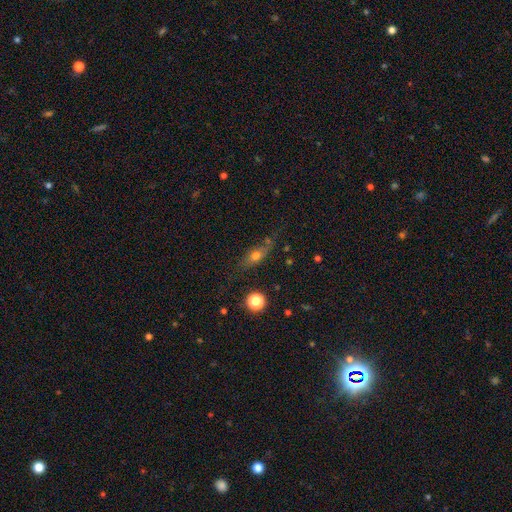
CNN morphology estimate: A smooth galaxy with no disk features (57%) that is in between round and cigar-shaped (54%).

Vote fractions:
- Smooth or featured? smooth: 57% / featured or disk: 29% / star or artifact: 14%
- How rounded? in between: 54% / cigar-shaped: 31% / round: 15%
- Merging? none: 64% / minor disturbance: 21% / major disturbance: 9% / merger: 5%